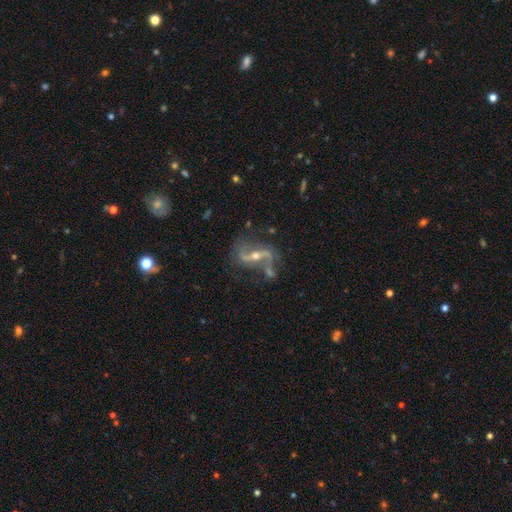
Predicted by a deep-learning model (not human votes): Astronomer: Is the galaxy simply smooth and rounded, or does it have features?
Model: featured or disk — 87%.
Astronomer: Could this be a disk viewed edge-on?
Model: no — 93%.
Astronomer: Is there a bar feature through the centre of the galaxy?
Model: strong — 51% (runner-up: weak, 31%).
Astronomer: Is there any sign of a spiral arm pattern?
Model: yes — 94%.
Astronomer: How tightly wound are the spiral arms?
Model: loose — 68%.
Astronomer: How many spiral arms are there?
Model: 2 — 90%.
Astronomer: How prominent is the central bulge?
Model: small — 49% (runner-up: moderate, 46%).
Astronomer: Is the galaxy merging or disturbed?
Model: none — 61%.